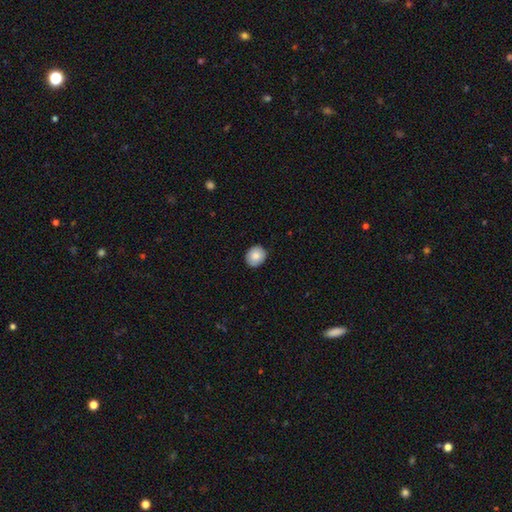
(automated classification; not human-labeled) smooth_or_featured: smooth (p=0.83) [alt: featured or disk p=0.09]
how_rounded: round (p=0.72) [alt: in between p=0.28]
merging: none (p=0.89) [alt: minor disturbance p=0.09]